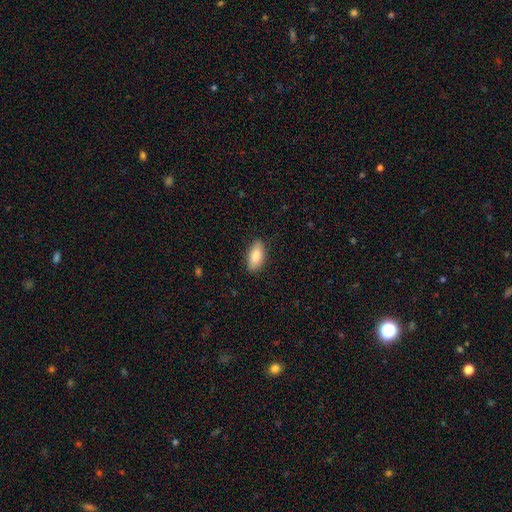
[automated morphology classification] Smooth or featured? Predicted: smooth (p=0.85). How rounded? Predicted: in between (p=0.89). Merging? Predicted: none (p=0.87).